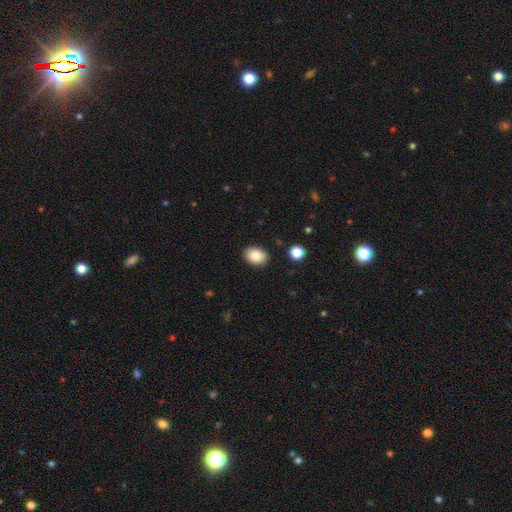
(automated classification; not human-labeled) Overall: smooth (86%). How rounded: in between (75%). Merging: none (89%).